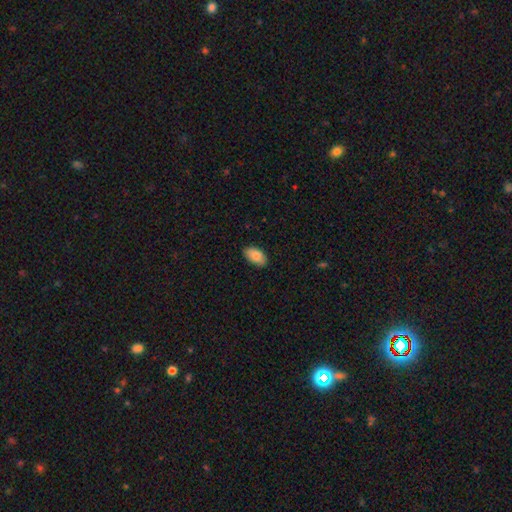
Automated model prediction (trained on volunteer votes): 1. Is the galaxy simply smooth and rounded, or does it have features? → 87% smooth, 7% featured or disk, 7% star or artifact.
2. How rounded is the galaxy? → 95% in between, 4% round, 2% cigar-shaped.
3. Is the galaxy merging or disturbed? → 87% none, 10% minor disturbance, 2% major disturbance, 1% merger.